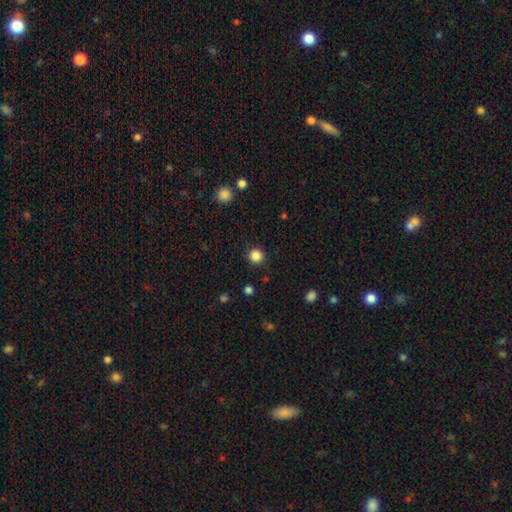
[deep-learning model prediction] A smooth galaxy with no disk features (86%) that is round (93%). Merging: none (90%).